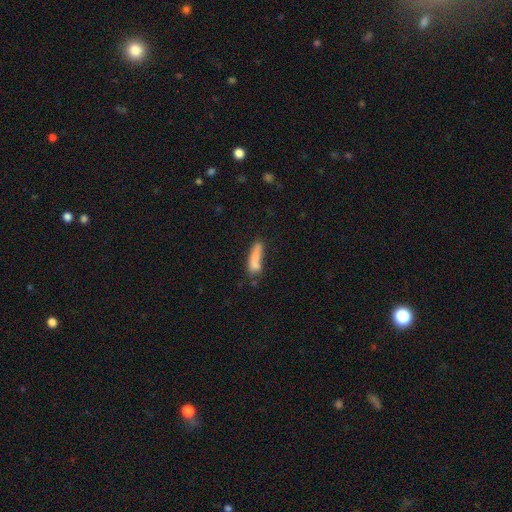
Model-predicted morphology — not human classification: A smooth galaxy with no disk features (74%) that is cigar-shaped (75%). Merging: none (50%).